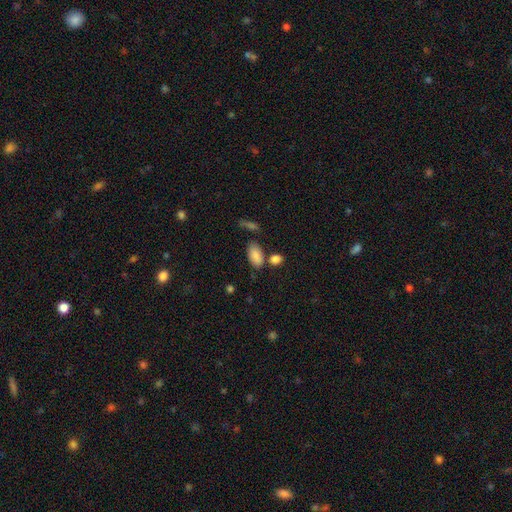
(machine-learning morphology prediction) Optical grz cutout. It shows a smooth galaxy with no disk features (87%) that is in between round and cigar-shaped (93%). Merging: none (66%).